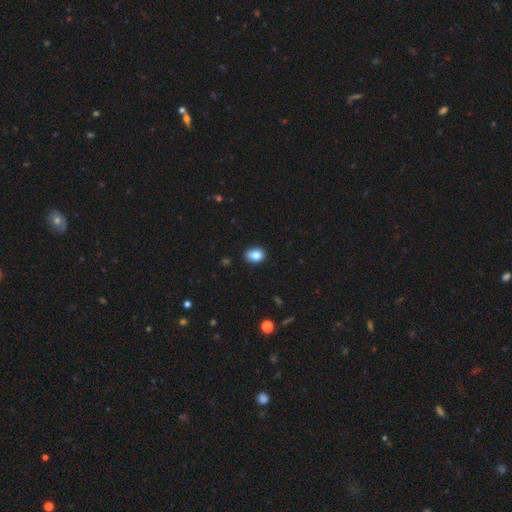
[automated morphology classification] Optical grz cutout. It shows a smooth galaxy with no disk features (84%) that is in between round and cigar-shaped (68%). Merging: none (89%).